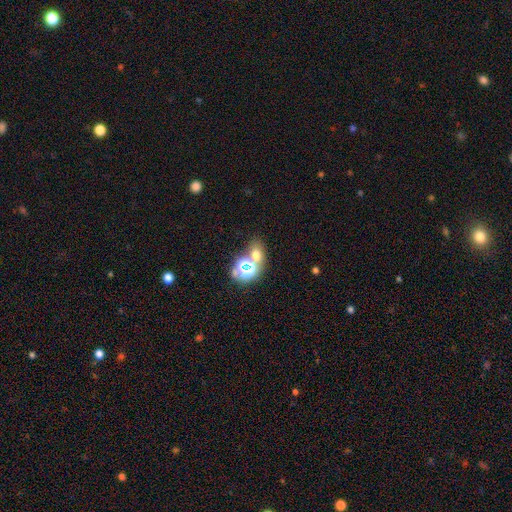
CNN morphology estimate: Smooth or featured: smooth — 55% (star or artifact — 34%)
How rounded: in between — 52% (round — 47%)
Merging: none — 60% (merger — 27%)